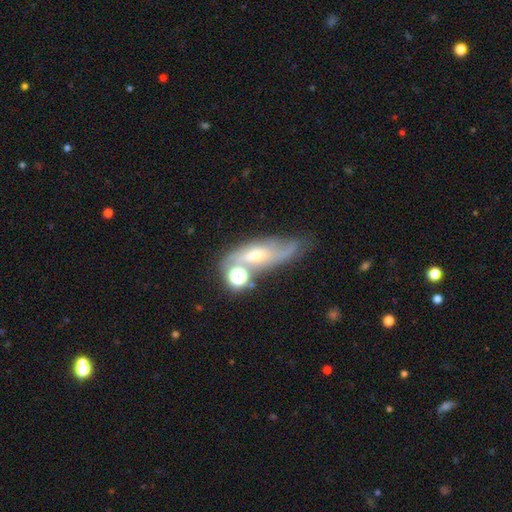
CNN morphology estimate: featured or disk 60%, smooth 26%, star or artifact 14%. Down the decision tree: edge-on disk — no (80%); merging — none (44%).